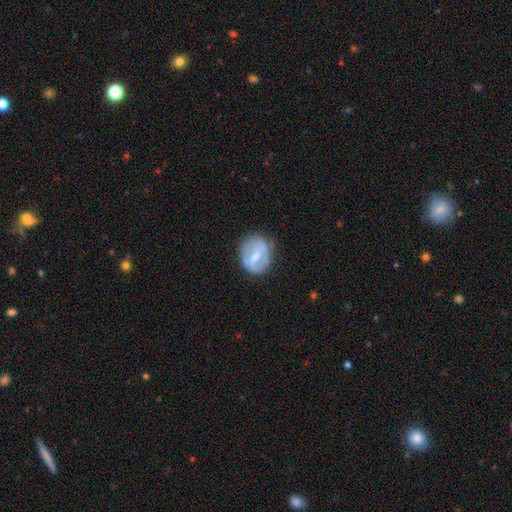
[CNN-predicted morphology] A featured or disk galaxy (53%) with a weak bar (42%, tied with strong), no spiral arms (63%) and a moderate central bulge (45%). Merging: none (67%).